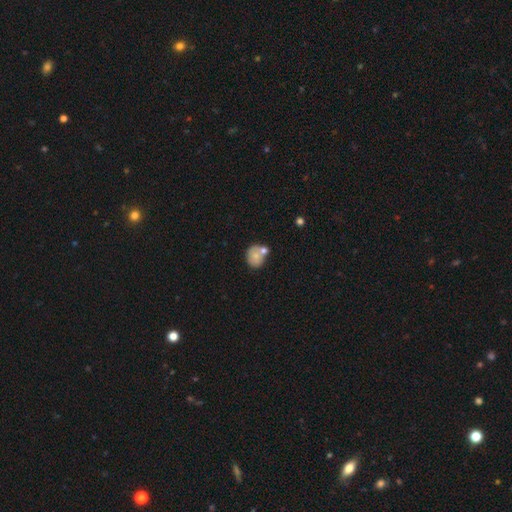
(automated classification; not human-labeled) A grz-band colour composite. It shows a smooth galaxy with no disk features (70%) that is round (70%). Merging: none (45%).